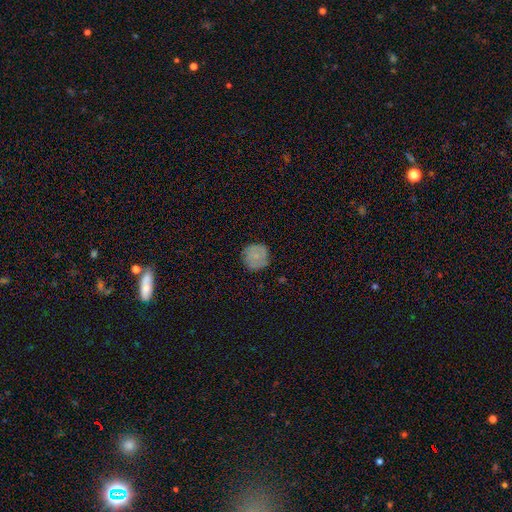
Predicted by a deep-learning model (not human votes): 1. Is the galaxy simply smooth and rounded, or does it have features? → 74% smooth, 17% featured or disk, 8% star or artifact.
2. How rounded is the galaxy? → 92% round, 7% in between, 1% cigar-shaped.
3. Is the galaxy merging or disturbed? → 80% none, 15% minor disturbance, 4% major disturbance, 1% merger.